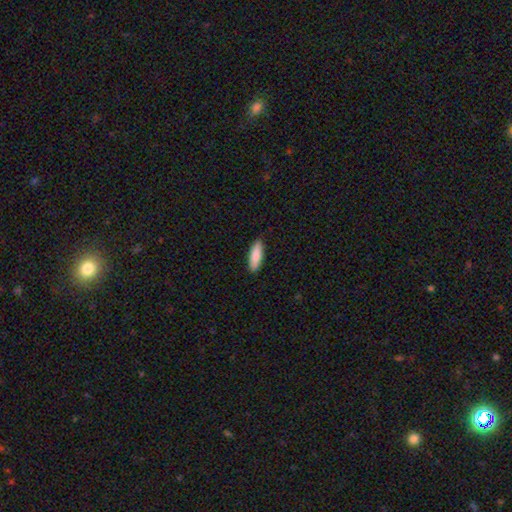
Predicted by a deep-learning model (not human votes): A smooth galaxy with no disk features (88%) that is in between round and cigar-shaped (52%). Merging: none (90%).